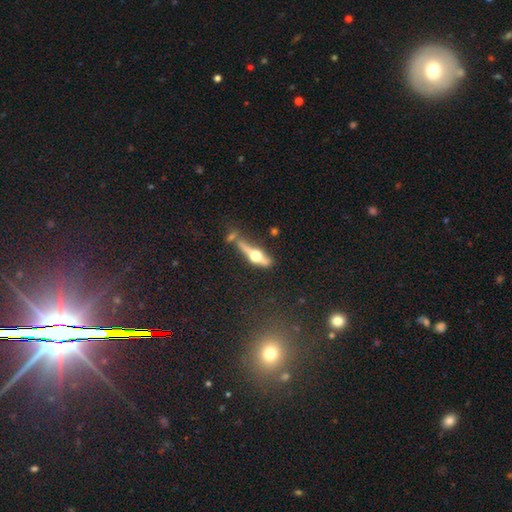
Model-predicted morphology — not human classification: The model was most divided on "merging": none: 53%, minor disturbance: 19%, merger: 17%, major disturbance: 11%. More confident: edge-on bulge — rounded (95%); edge-on disk — yes (90%); smooth or featured — featured or disk (64%).